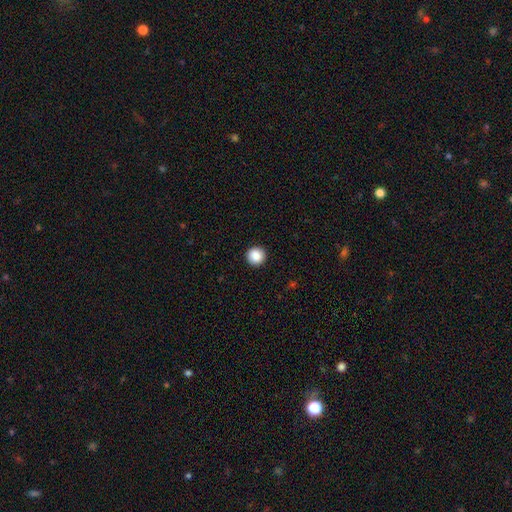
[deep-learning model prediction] smooth-or-featured: smooth: 89% | star or artifact: 8% | featured or disk: 3%
  how-rounded: round: 95% | in between: 4% | cigar-shaped: 1%
  merging: none: 93% | minor disturbance: 5% | major disturbance: 2% | merger: 1%